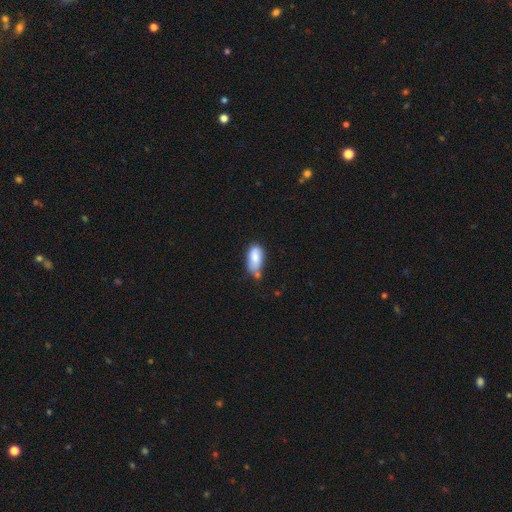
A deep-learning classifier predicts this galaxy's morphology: The model was most divided on "merging": none: 41%, minor disturbance: 34%, merger: 17%, major disturbance: 9%. More confident: how rounded — in between (91%); smooth or featured — smooth (81%).